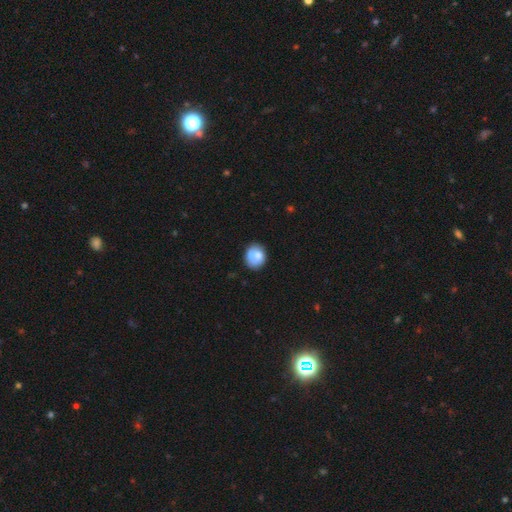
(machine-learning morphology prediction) Q: Smooth or featured?
A: smooth (65%); runner-up: featured or disk (27%)
Q: How rounded?
A: round (60%); runner-up: in between (39%)
Q: Merging?
A: none (49%); runner-up: minor disturbance (23%)